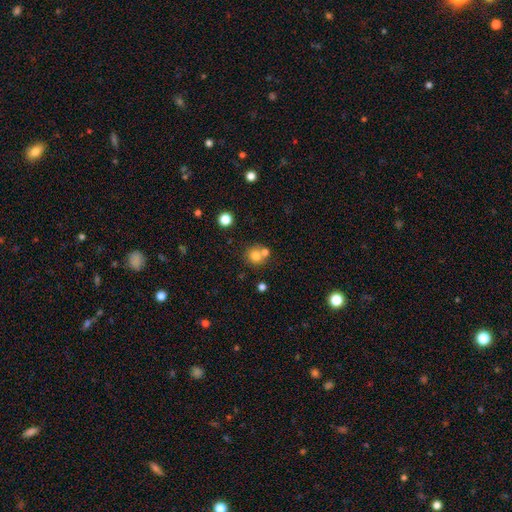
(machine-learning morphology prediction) This is likely a smooth galaxy (76%). How rounded: clearly round (86%). Merging: possibly none (55%).